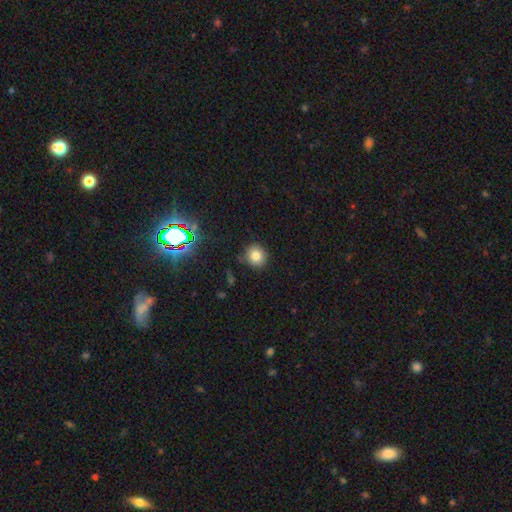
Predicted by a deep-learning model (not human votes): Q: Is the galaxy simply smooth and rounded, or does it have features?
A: smooth — 79%.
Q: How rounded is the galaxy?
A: round — 87%.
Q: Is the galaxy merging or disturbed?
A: none — 85%.